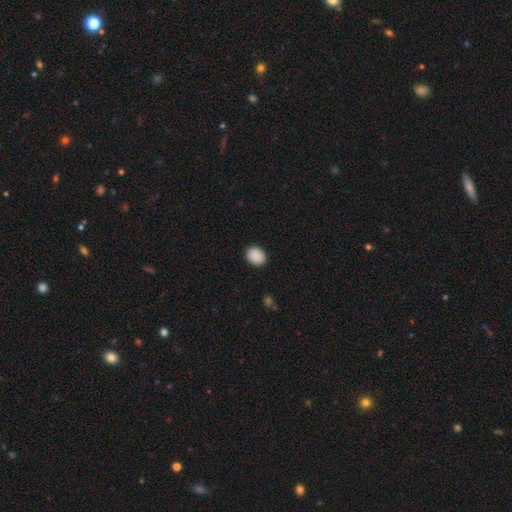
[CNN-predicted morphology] Smooth or featured? Predicted: smooth (p=0.90). How rounded? Predicted: in between (p=0.51). Merging? Predicted: none (p=0.90).